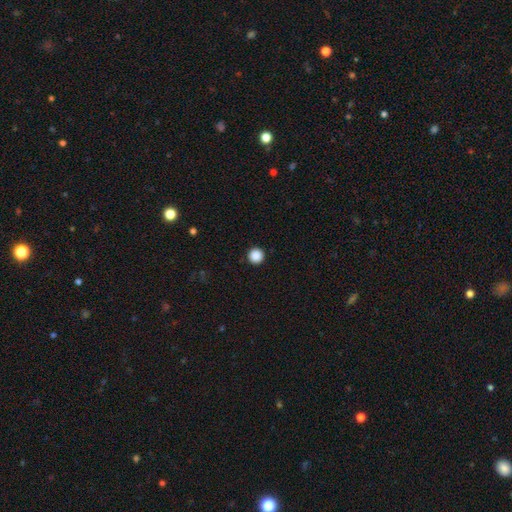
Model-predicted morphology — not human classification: Smooth or featured: smooth — 87% (star or artifact — 10%)
How rounded: round — 97% (in between — 2%)
Merging: none — 94% (minor disturbance — 4%)